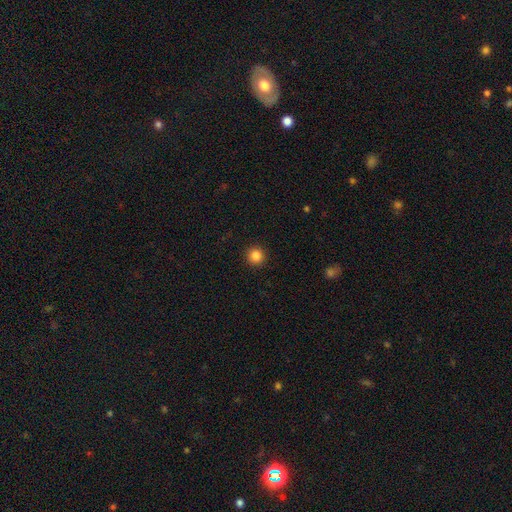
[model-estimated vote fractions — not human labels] A smooth galaxy with no disk features (85%) that is round (95%). Merging: none (93%).